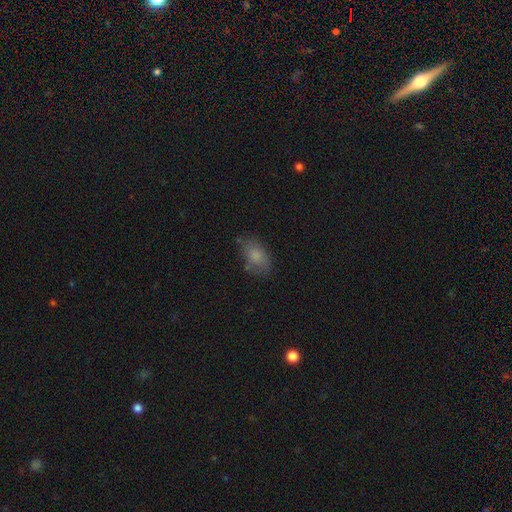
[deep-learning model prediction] Smooth or featured? smooth (78%)
How rounded? in between (88%)
Merging? none (65%)